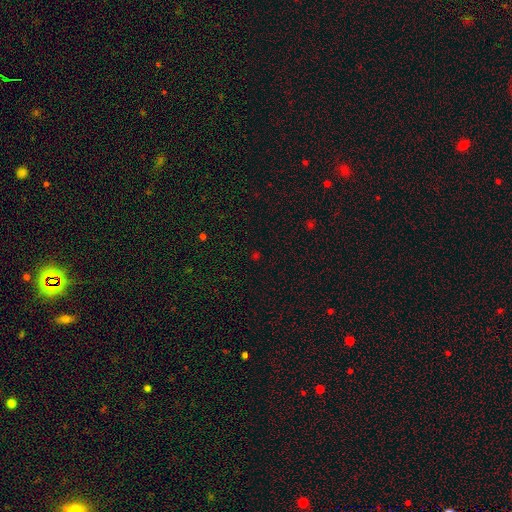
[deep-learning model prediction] Overall: star or artifact (57%; smooth 37%).